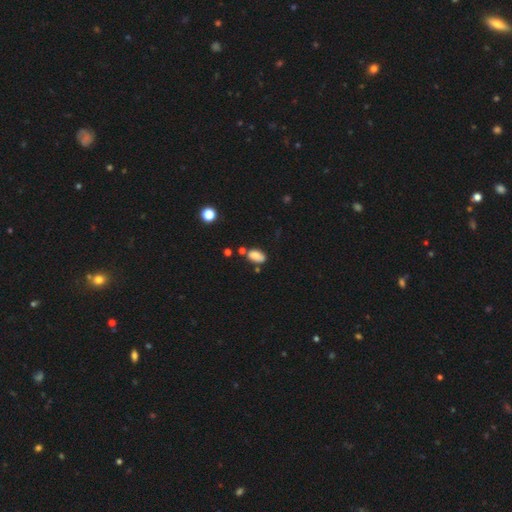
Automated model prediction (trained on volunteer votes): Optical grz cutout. It shows a smooth galaxy with no disk features (83%) that is in between round and cigar-shaped (92%). Merging: none (65%).